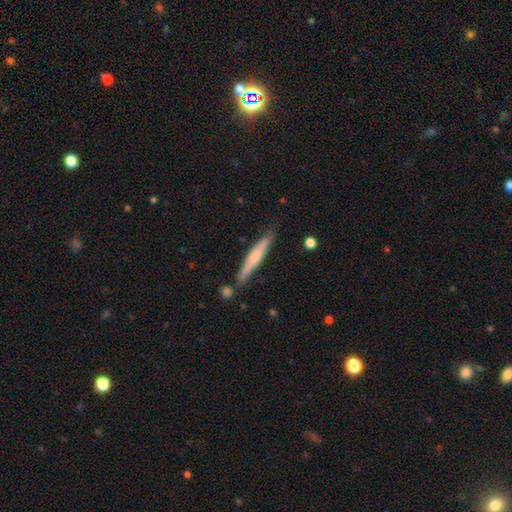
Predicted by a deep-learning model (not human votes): A smooth galaxy with no disk features (48%). Merging: none (77%).